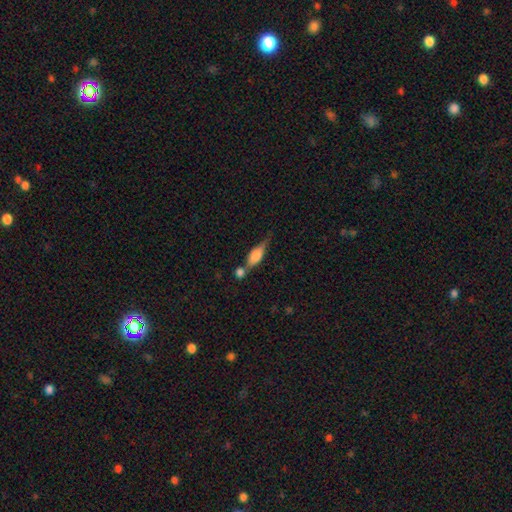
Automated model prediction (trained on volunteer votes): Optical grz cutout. It shows a smooth galaxy with no disk features (60%) that is in between round and cigar-shaped (61%). Merging: none (38%).